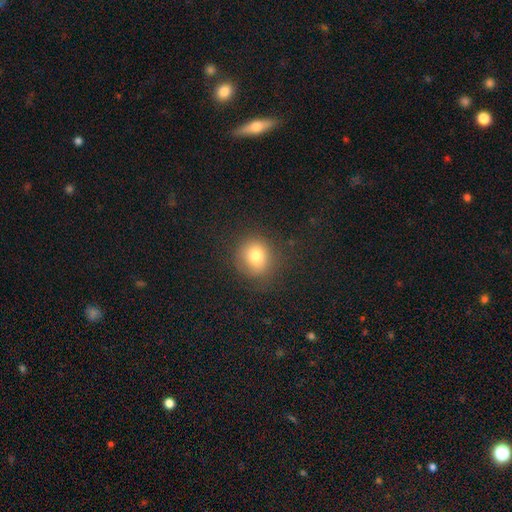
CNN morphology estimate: Smooth or featured? Predicted: smooth (p=0.78). How rounded? Predicted: round (p=0.84). Merging? Predicted: none (p=0.81).